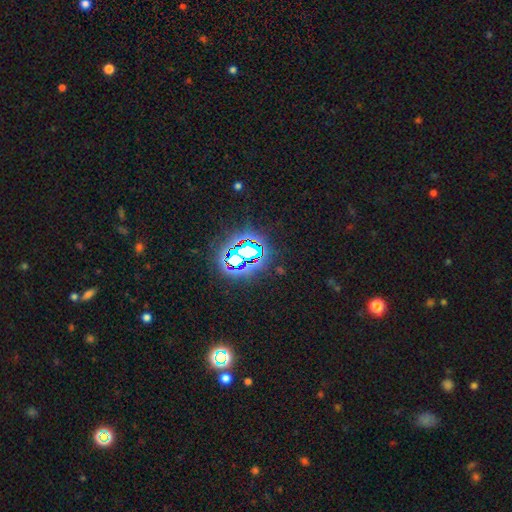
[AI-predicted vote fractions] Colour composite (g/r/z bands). It shows a star or artifact, not a galaxy (81%).